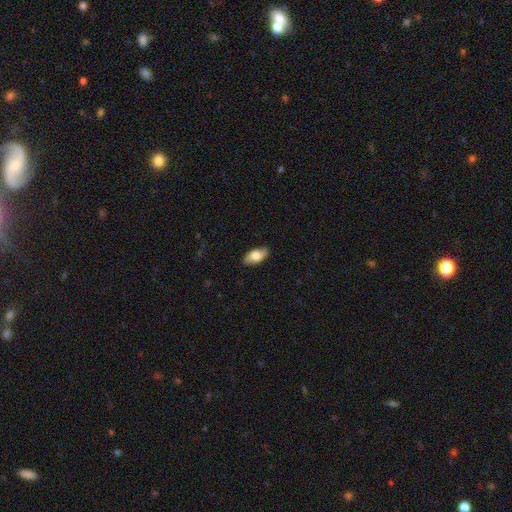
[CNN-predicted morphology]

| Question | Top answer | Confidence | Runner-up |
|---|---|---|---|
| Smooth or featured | smooth | 73% | featured or disk (21%) |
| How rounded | in between | 91% | cigar-shaped (5%) |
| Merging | none | 86% | minor disturbance (11%) |